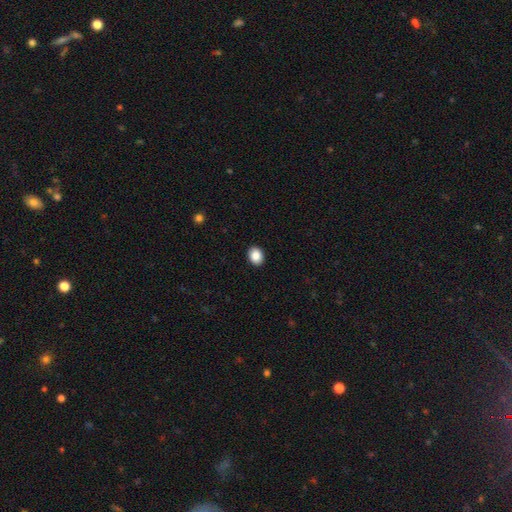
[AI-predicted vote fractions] This appears to be a smooth galaxy with no disk features (88%) that is in between round and cigar-shaped (57%). Merging: none (92%).